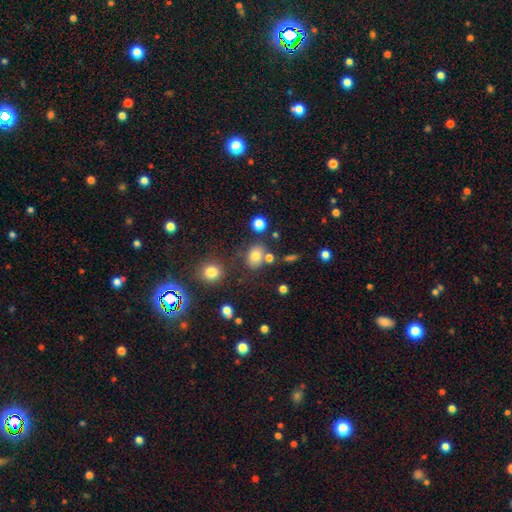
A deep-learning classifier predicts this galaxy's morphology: smooth_or_featured: smooth (p=0.76) [alt: star or artifact p=0.14]
how_rounded: in between (p=0.57) [alt: round p=0.41]
merging: none (p=0.67) [alt: minor disturbance p=0.14]